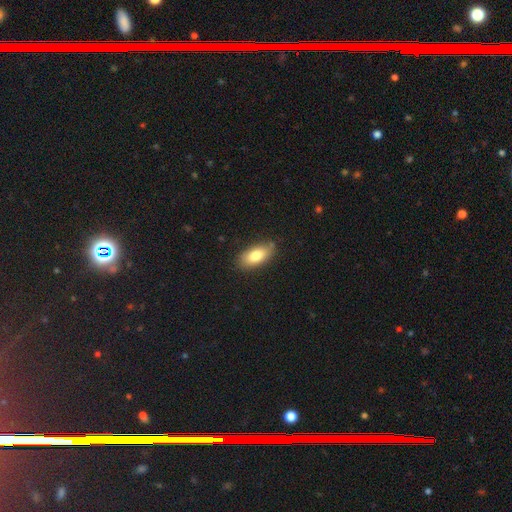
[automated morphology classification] Q: Smooth or featured?
A: smooth (80%); runner-up: featured or disk (13%)
Q: How rounded?
A: in between (89%); runner-up: cigar-shaped (8%)
Q: Merging?
A: none (82%); runner-up: minor disturbance (14%)